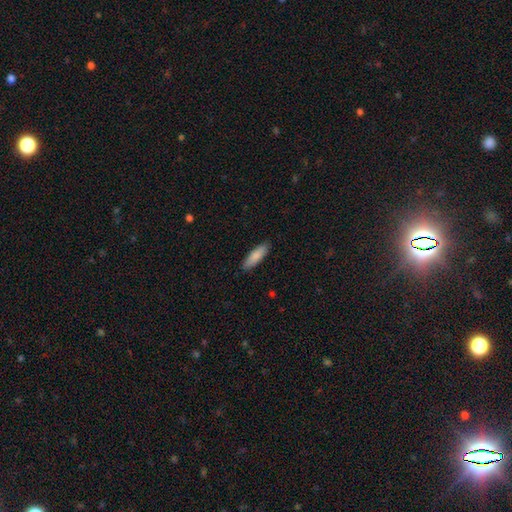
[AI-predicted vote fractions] The model was most divided on "how rounded": cigar-shaped: 55%, in between: 43%, round: 1%. More confident: merging — none (89%); smooth or featured — smooth (86%).